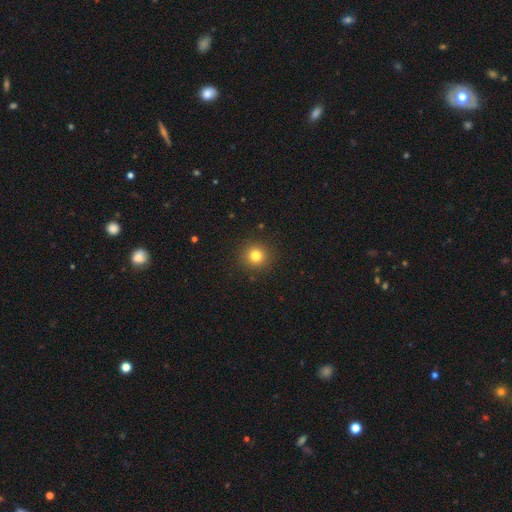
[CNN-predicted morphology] smooth-or-featured: smooth: 80% | star or artifact: 13% | featured or disk: 6%
  how-rounded: round: 93% | in between: 6% | cigar-shaped: 1%
  merging: none: 91% | minor disturbance: 6% | major disturbance: 2% | merger: 1%